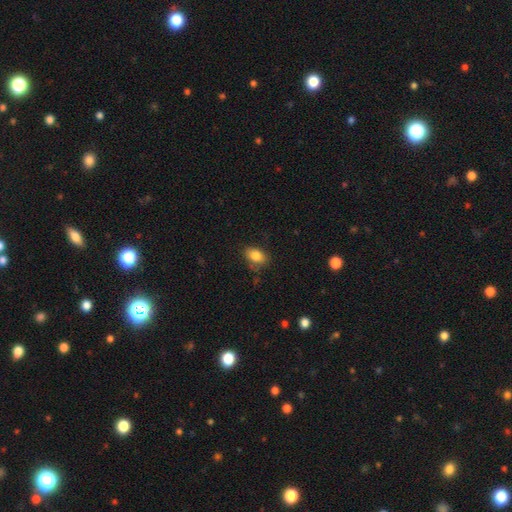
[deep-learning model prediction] Smooth or featured?
  - smooth: 84% *
  - star or artifact: 9%
  - featured or disk: 7%
How rounded?
  - in between: 83% *
  - round: 15%
  - cigar-shaped: 2%
Merging?
  - none: 73% *
  - minor disturbance: 20%
  - major disturbance: 5%
  - merger: 2%